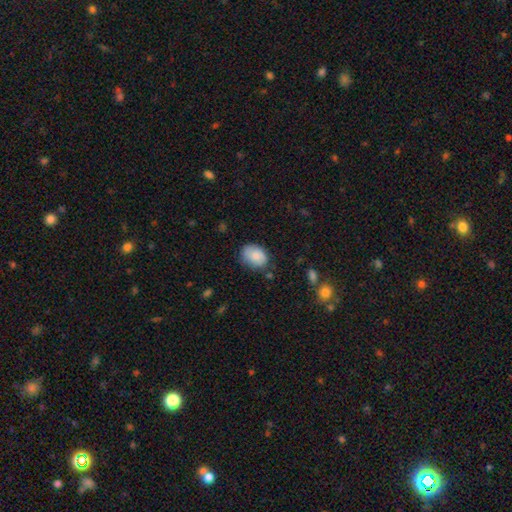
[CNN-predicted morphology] This appears to be a smooth galaxy with no disk features (84%) that is in between round and cigar-shaped (75%). Merging: none (70%).